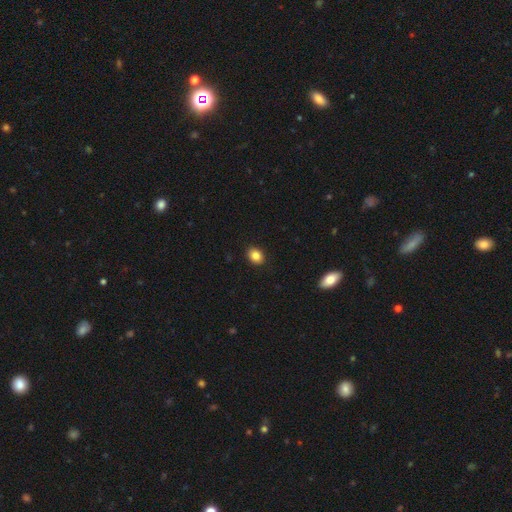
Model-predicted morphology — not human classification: A smooth galaxy with no disk features (85%) that is in between round and cigar-shaped (63%). Merging: none (90%).